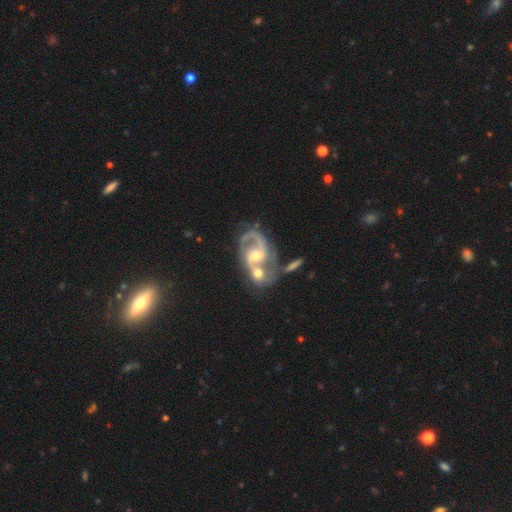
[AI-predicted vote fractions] Overall: featured or disk (88%). Edge-on disk: no (97%). Bar: no (43%; weak 41%). Spiral arms: yes (95%). Spiral arm count: 2 (76%). Spiral winding: medium (51%; tight 31%). Bulge size: moderate (55%; small 33%). Merging: merger (55%; none 25%).